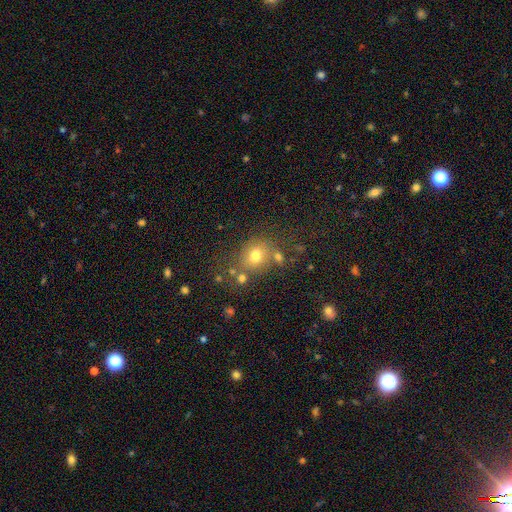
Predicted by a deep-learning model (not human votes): Q: Smooth or featured?
A: smooth (70%); runner-up: star or artifact (16%)
Q: How rounded?
A: round (65%); runner-up: in between (34%)
Q: Merging?
A: none (65%); runner-up: minor disturbance (15%)